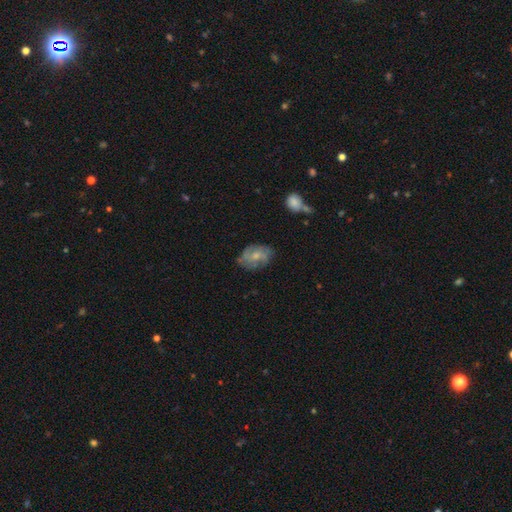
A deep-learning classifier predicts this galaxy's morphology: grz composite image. It shows a featured or disk galaxy (56%) with no bar (70%), spiral arms (75%) and a small central bulge (46%). Merging: none (67%).